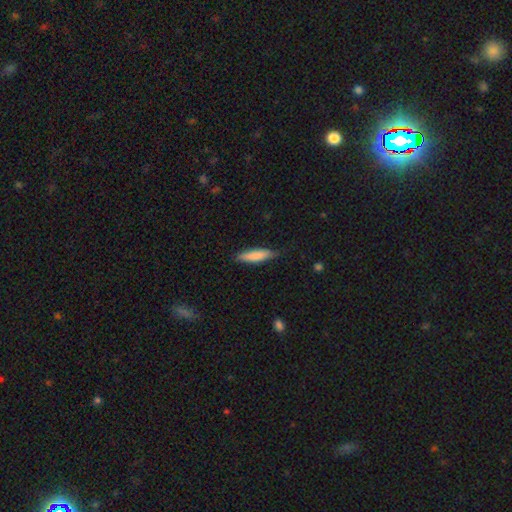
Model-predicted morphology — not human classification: Smooth or featured? Predicted: smooth (p=0.80). How rounded? Predicted: cigar-shaped (p=0.74). Merging? Predicted: none (p=0.81).